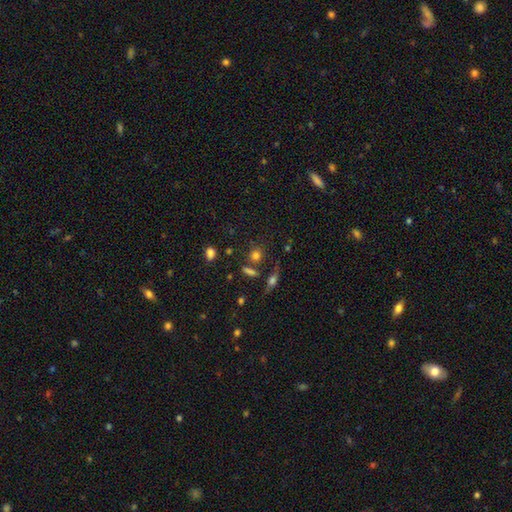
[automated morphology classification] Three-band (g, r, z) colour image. It shows a smooth galaxy with no disk features (75%) that is round (80%). Merging: none (72%).